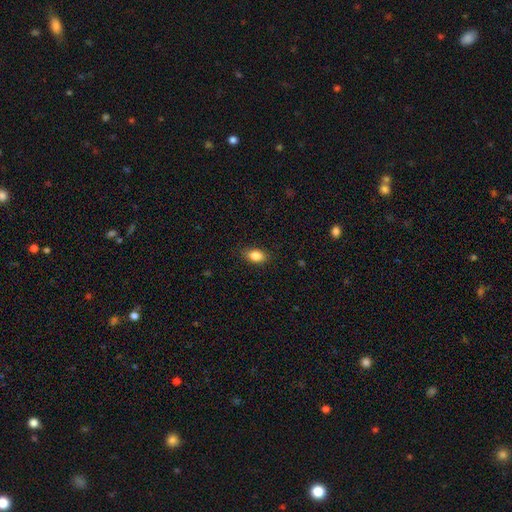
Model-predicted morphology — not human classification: Smooth or featured? Predicted: smooth (p=0.86). How rounded? Predicted: in between (p=0.86). Merging? Predicted: none (p=0.85).